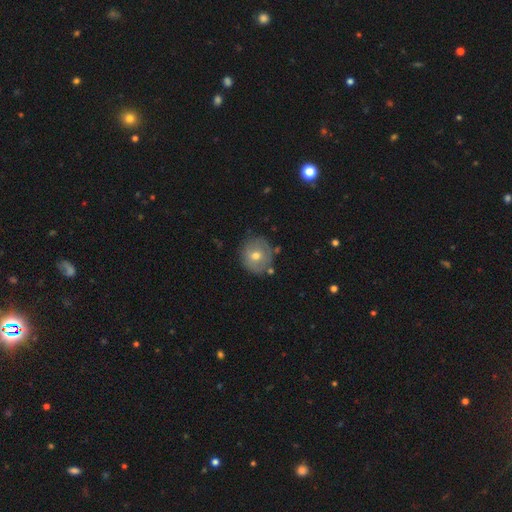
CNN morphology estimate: smooth 59%, featured or disk 33%, star or artifact 9%. Down the decision tree: how rounded — round (83%); merging — none (74%).